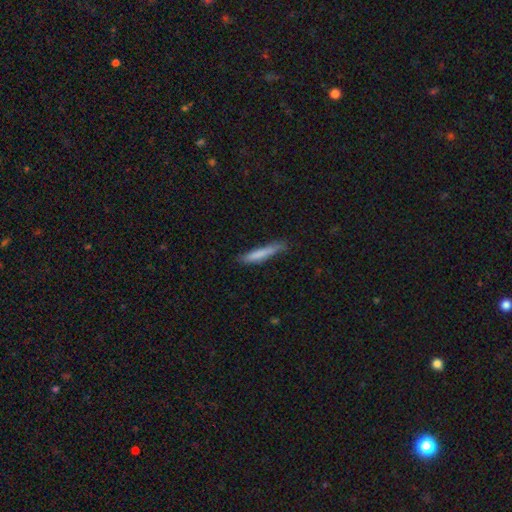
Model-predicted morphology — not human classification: Smooth or featured?
  - smooth: 75% *
  - featured or disk: 19%
  - star or artifact: 6%
How rounded?
  - cigar-shaped: 94% *
  - in between: 5%
  - round: 1%
Merging?
  - none: 75% *
  - minor disturbance: 19%
  - major disturbance: 4%
  - merger: 2%